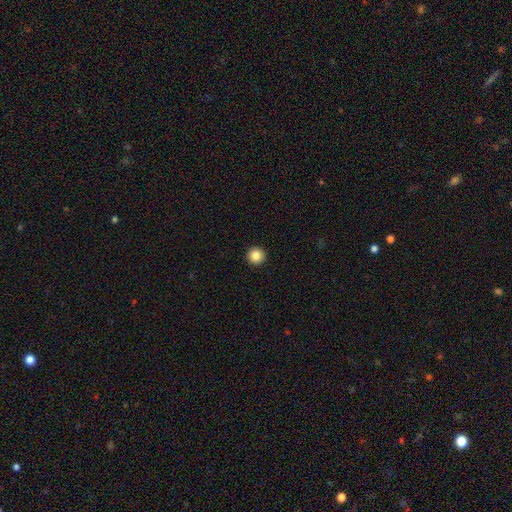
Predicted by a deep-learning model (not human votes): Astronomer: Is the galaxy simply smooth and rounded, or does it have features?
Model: smooth — 86%.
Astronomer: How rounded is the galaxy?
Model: round — 96%.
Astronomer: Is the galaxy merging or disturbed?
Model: none — 94%.